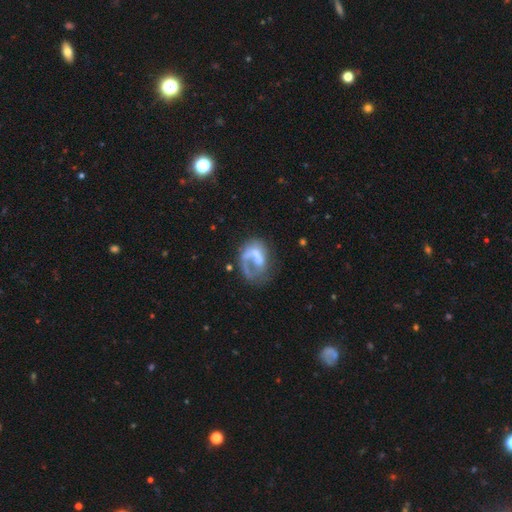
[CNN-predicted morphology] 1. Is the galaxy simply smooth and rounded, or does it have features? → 61% featured or disk, 30% smooth, 8% star or artifact.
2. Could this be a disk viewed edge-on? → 98% no, 2% yes.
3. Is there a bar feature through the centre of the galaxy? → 63% no, 28% weak, 9% strong.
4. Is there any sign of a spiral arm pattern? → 60% yes, 40% no.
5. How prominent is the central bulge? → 41% none, 26% moderate, 21% small, 10% large, 3% dominant.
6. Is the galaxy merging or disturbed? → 43% major disturbance, 34% none, 16% minor disturbance, 7% merger.